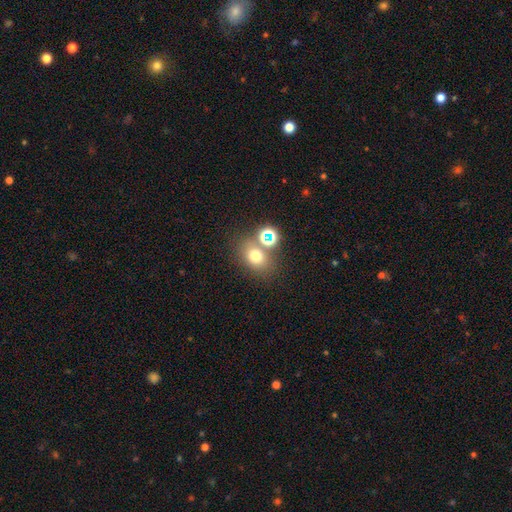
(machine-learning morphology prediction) type=smooth (70%); roundness=in between (50%); merging=none (63%).